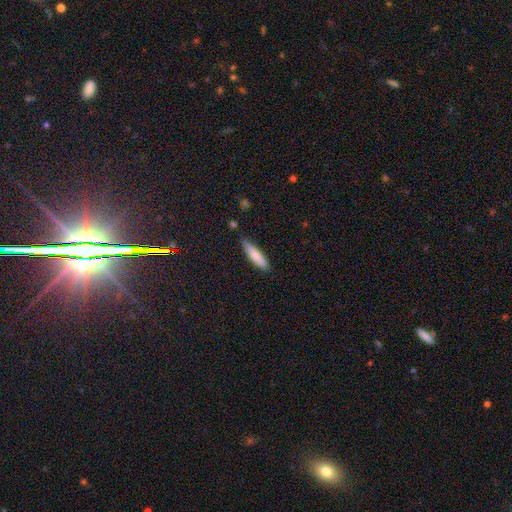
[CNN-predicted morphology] Smooth or featured: smooth — 78% (featured or disk — 16%)
How rounded: cigar-shaped — 71% (in between — 27%)
Merging: none — 79% (minor disturbance — 16%)